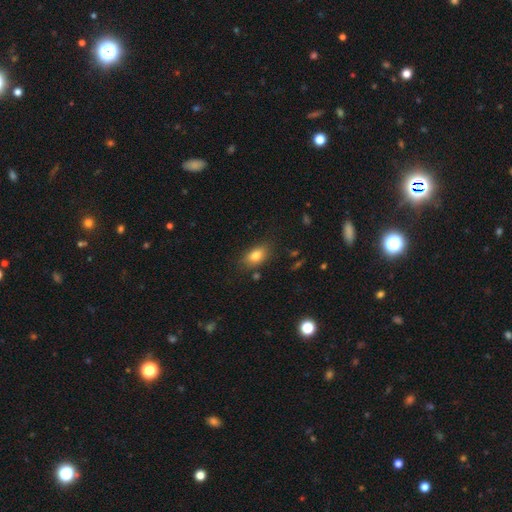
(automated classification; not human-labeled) A smooth galaxy with no disk features (81%) that is in between round and cigar-shaped (85%). Merging: none (77%).